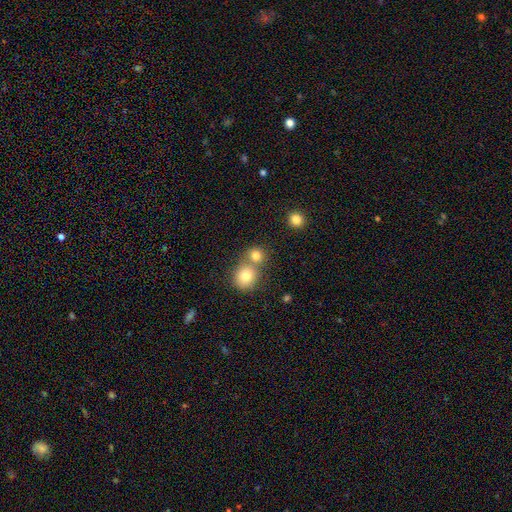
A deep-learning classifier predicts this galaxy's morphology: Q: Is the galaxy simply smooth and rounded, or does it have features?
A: smooth — 80%.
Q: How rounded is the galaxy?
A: round — 84%.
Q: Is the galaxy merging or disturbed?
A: none — 48%.